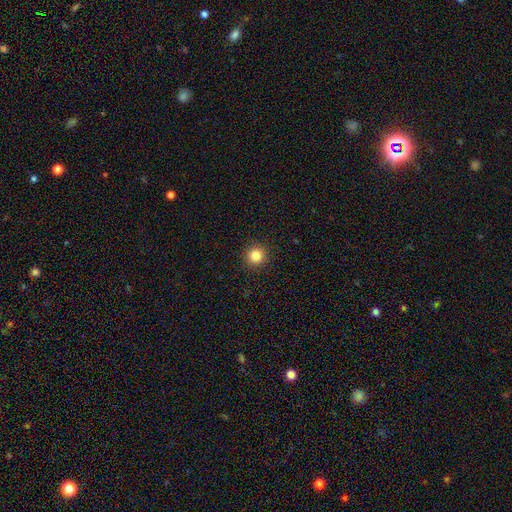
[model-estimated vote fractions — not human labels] A smooth galaxy with no disk features (83%) that is round (95%). Merging: none (93%).